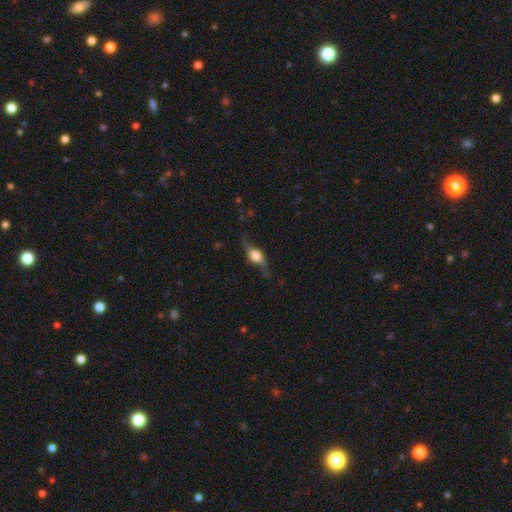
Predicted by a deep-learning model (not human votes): Overall: featured or disk (61%; smooth 31%). Edge-on disk: yes (64%; no 36%). Merging: none (66%).